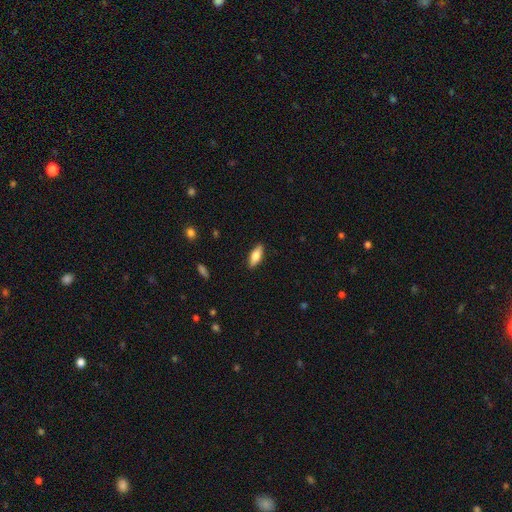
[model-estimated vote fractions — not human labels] smooth 67%, featured or disk 27%, star or artifact 6%. Down the decision tree: how rounded — in between (66%); merging — none (88%).